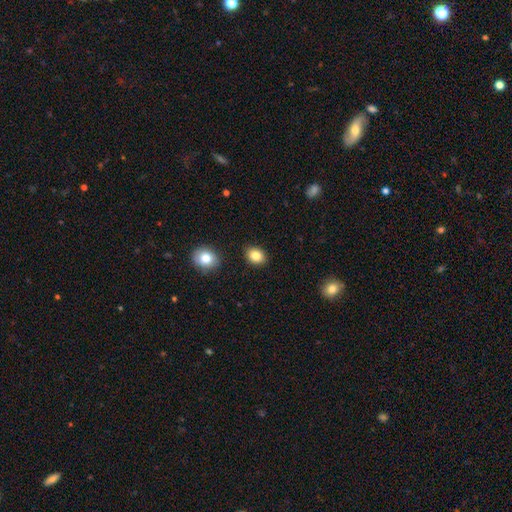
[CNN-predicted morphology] This appears to be a smooth galaxy with no disk features (84%) that is in between round and cigar-shaped (58%). Merging: none (87%).